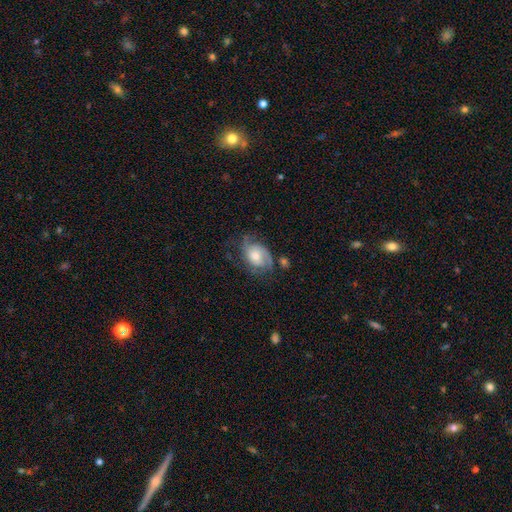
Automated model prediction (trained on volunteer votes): Smooth or featured? featured or disk (66%)
Edge-on disk? no (97%)
Bar? no (71%)
Spiral arms? yes (88%)
Spiral winding? medium (42%)
Spiral arm count? 2 (45%)
Bulge size? moderate (52%)
Merging? none (47%)